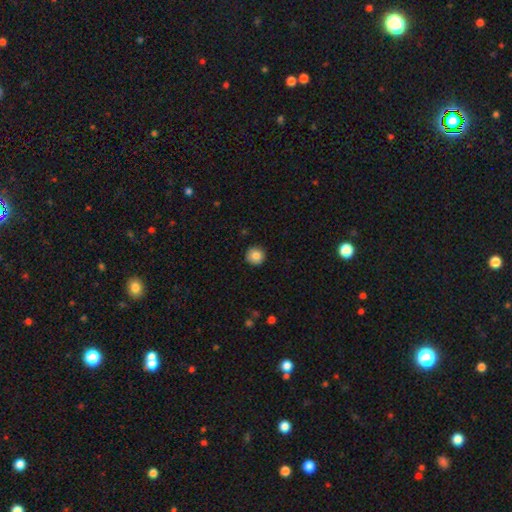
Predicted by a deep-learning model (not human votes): Q: Smooth or featured?
A: smooth (85%); runner-up: star or artifact (9%)
Q: How rounded?
A: round (95%); runner-up: in between (4%)
Q: Merging?
A: none (91%); runner-up: minor disturbance (6%)